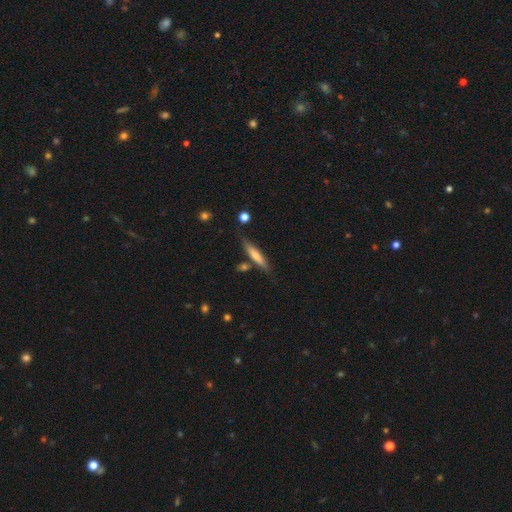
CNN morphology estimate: smooth_or_featured: smooth (p=0.64) [alt: featured or disk p=0.30]
how_rounded: cigar-shaped (p=0.88) [alt: in between p=0.10]
merging: none (p=0.78) [alt: minor disturbance p=0.13]